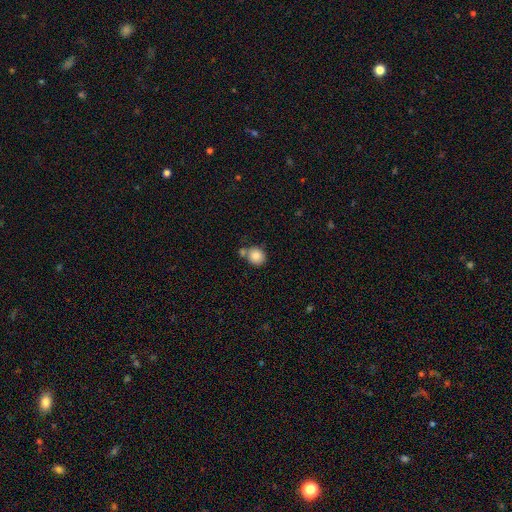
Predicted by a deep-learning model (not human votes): smooth 84%, star or artifact 9%, featured or disk 7%. Down the decision tree: how rounded — round (84%); merging — none (59%).